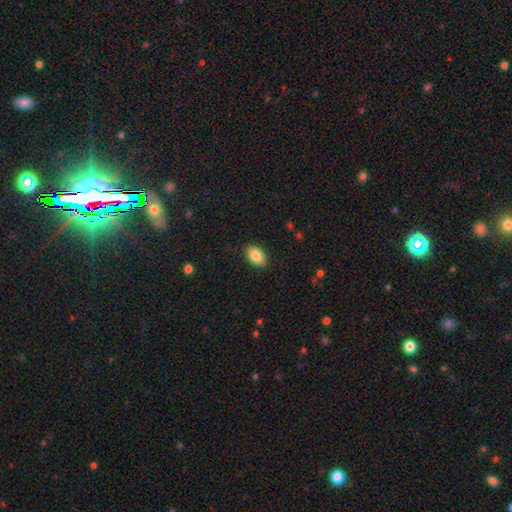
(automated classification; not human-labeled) smooth-or-featured: smooth: 86% | star or artifact: 7% | featured or disk: 7%
  how-rounded: in between: 89% | round: 9% | cigar-shaped: 1%
  merging: none: 87% | minor disturbance: 9% | major disturbance: 2% | merger: 1%